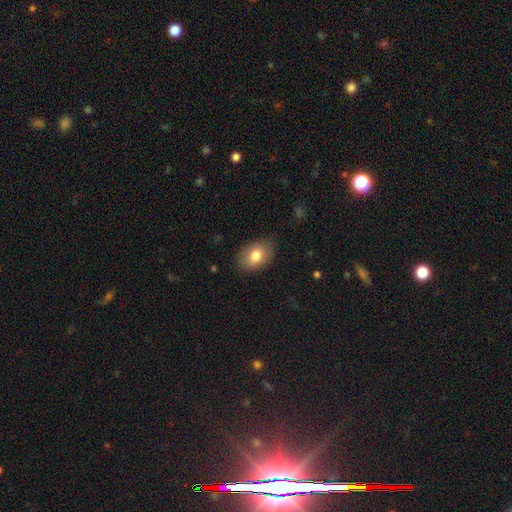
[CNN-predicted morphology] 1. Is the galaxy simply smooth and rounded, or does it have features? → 80% smooth, 13% featured or disk, 8% star or artifact.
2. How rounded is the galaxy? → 81% in between, 17% round, 1% cigar-shaped.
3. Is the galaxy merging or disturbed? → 83% none, 14% minor disturbance, 3% major disturbance, 1% merger.